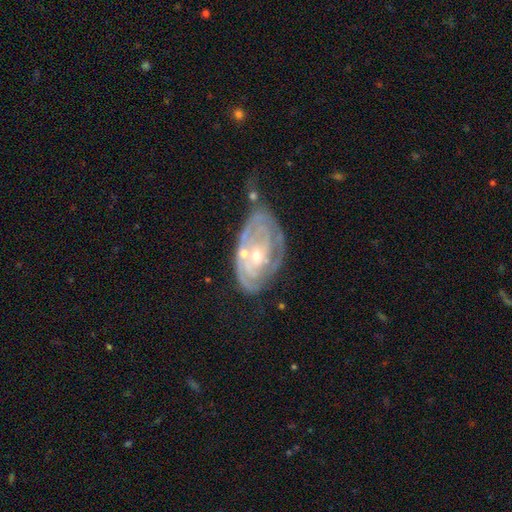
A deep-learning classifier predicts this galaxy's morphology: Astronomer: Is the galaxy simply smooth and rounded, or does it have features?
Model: featured or disk — 82%.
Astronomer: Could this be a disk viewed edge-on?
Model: no — 95%.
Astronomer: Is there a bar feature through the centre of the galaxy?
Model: no — 68%.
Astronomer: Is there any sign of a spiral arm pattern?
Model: yes — 88%.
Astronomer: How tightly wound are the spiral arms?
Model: tight — 73%.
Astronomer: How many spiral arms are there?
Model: can't tell — 41% (runner-up: 2, 28%).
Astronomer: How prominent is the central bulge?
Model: small — 60% (runner-up: moderate, 36%).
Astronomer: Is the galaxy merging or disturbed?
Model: none — 49% (runner-up: minor disturbance, 25%).